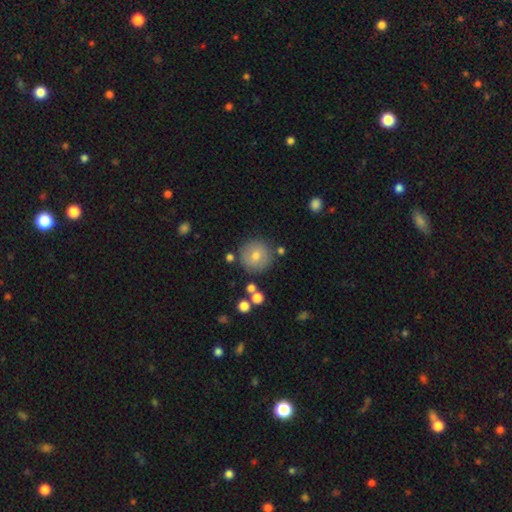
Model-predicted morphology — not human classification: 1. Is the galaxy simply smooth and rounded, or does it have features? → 72% smooth, 17% featured or disk, 11% star or artifact.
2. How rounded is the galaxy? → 94% round, 5% in between, 1% cigar-shaped.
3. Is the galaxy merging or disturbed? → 85% none, 8% minor disturbance, 4% merger, 3% major disturbance.